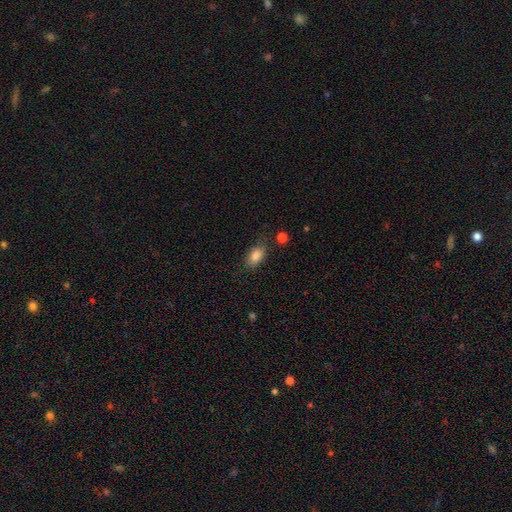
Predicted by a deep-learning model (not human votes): Overall: smooth (85%). How rounded: in between (87%). Merging: none (76%).